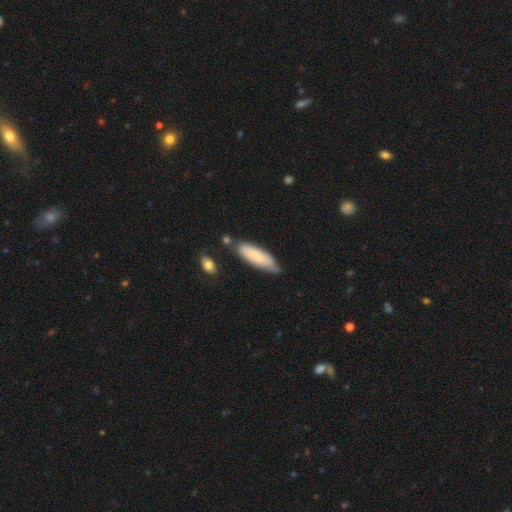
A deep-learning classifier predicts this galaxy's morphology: smooth-or-featured: smooth: 76% | featured or disk: 19% | star or artifact: 6%
  how-rounded: cigar-shaped: 51% | in between: 48% | round: 1%
  merging: none: 64% | minor disturbance: 26% | merger: 6% | major disturbance: 5%